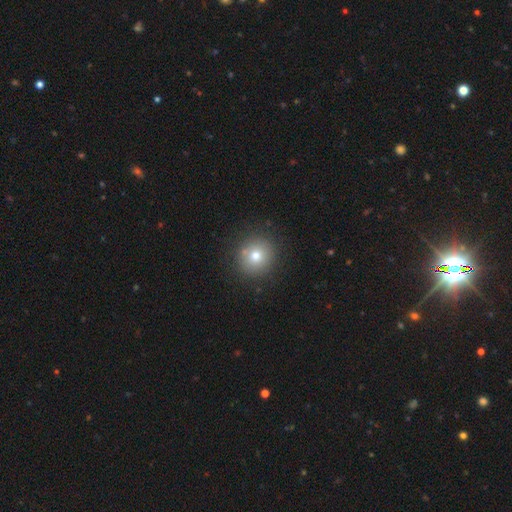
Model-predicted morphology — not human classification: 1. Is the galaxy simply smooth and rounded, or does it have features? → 74% smooth, 13% star or artifact, 12% featured or disk.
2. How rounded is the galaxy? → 91% round, 8% in between, 1% cigar-shaped.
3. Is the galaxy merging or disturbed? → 87% none, 8% minor disturbance, 3% major disturbance, 3% merger.